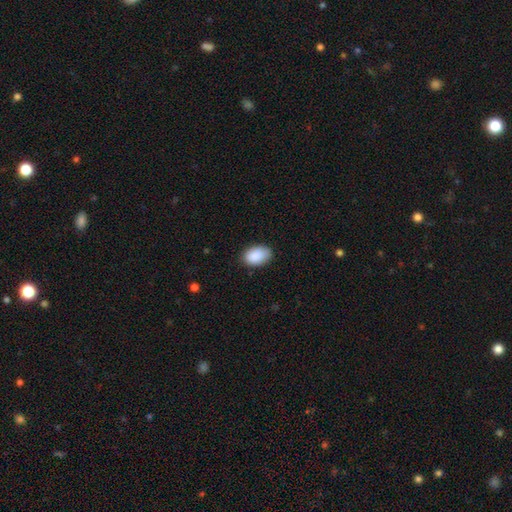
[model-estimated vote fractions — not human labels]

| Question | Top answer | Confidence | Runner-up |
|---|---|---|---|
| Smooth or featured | smooth | 90% | star or artifact (6%) |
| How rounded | in between | 90% | round (9%) |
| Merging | none | 83% | minor disturbance (13%) |